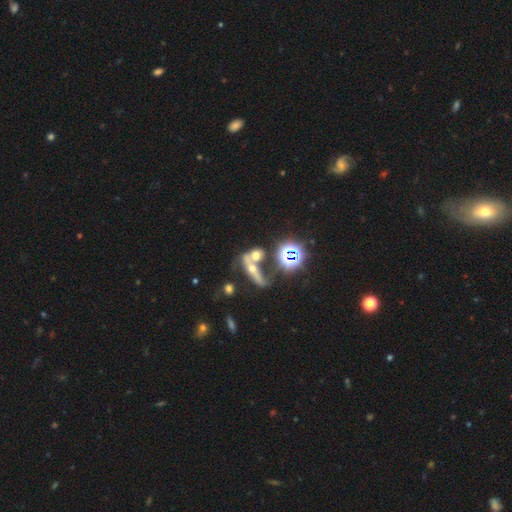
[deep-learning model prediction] Smooth or featured? Predicted: featured or disk (p=0.36, tied with smooth). Merging? Predicted: merger (p=0.56).